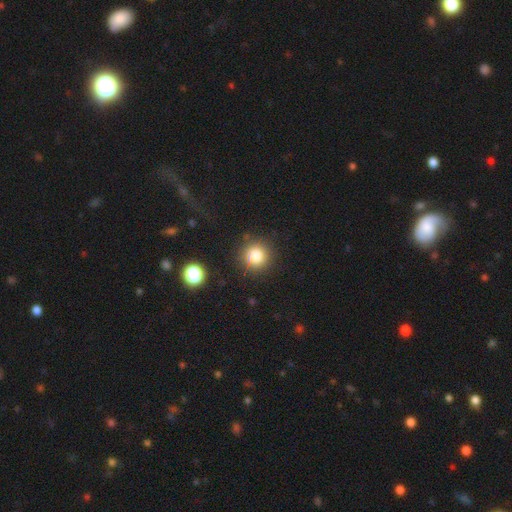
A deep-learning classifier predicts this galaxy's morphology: smooth_or_featured: smooth (p=0.80) [alt: star or artifact p=0.14]
how_rounded: round (p=0.93) [alt: in between p=0.06]
merging: none (p=0.85) [alt: minor disturbance p=0.10]